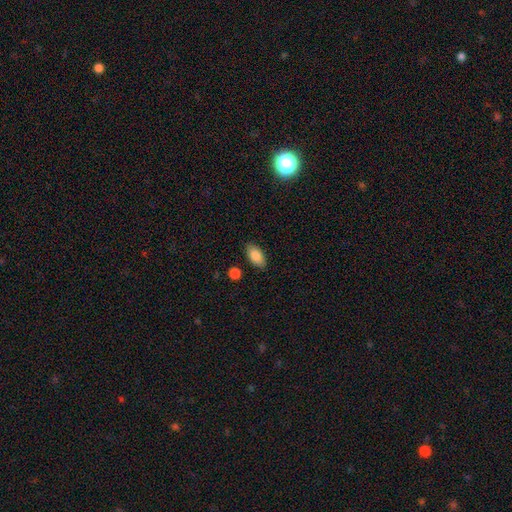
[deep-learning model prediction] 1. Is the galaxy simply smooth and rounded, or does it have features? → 86% smooth, 7% star or artifact, 7% featured or disk.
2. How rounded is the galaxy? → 92% in between, 5% cigar-shaped, 4% round.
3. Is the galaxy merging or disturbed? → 85% none, 10% minor disturbance, 2% major disturbance, 2% merger.